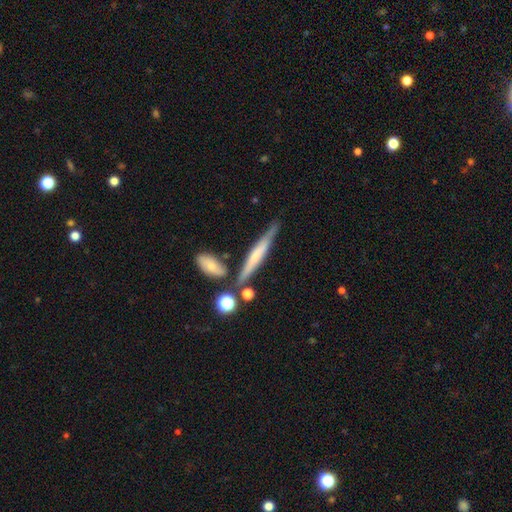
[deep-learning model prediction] smooth-or-featured: featured or disk: 60% | smooth: 28% | star or artifact: 12%
  disk-edge-on: yes: 92% | no: 8%
    edge-on-bulge: rounded: 60% | none: 29% | boxy: 11%
  merging: none: 71% | merger: 14% | minor disturbance: 11% | major disturbance: 4%